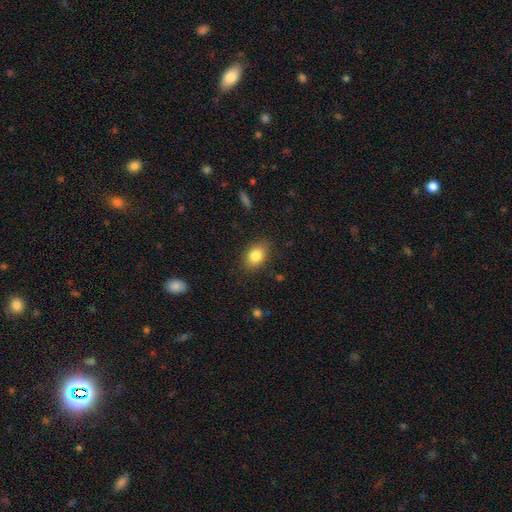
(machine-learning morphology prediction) The model was most divided on "how rounded": in between: 78%, round: 21%, cigar-shaped: 1%. More confident: merging — none (85%); smooth or featured — smooth (83%).